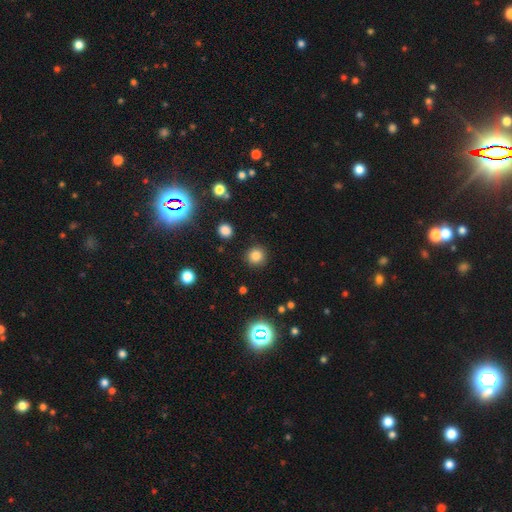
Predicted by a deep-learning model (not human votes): Q: Smooth or featured?
A: smooth (81%); runner-up: star or artifact (14%)
Q: How rounded?
A: round (93%); runner-up: in between (6%)
Q: Merging?
A: none (90%); runner-up: minor disturbance (6%)